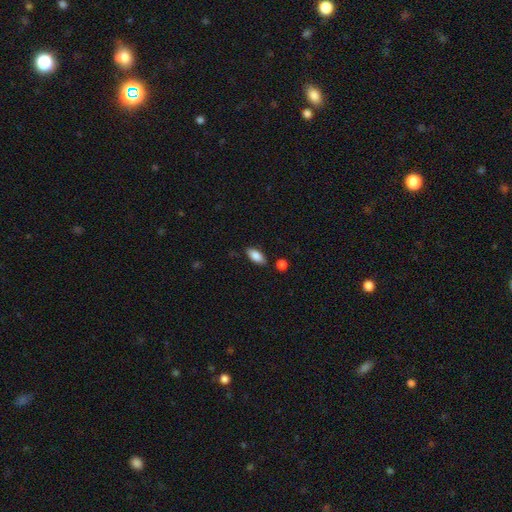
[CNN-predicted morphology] This is clearly a smooth galaxy (84%). How rounded: clearly in between (85%). Merging: clearly none (82%).